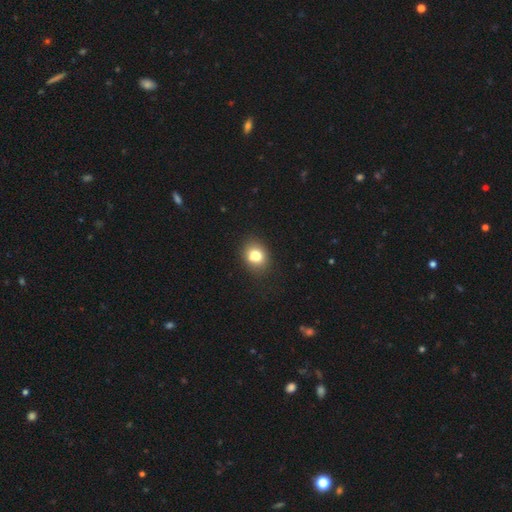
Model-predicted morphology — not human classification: Smooth or featured? Predicted: smooth (p=0.78). How rounded? Predicted: round (p=0.56). Merging? Predicted: none (p=0.83).